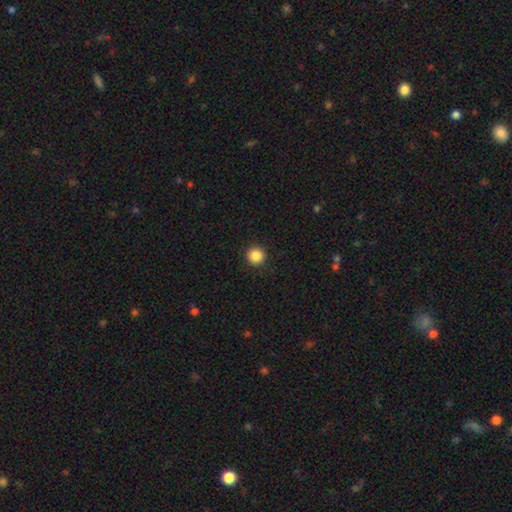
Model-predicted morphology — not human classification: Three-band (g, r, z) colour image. It shows a smooth galaxy with no disk features (87%) that is round (96%). Merging: none (93%).